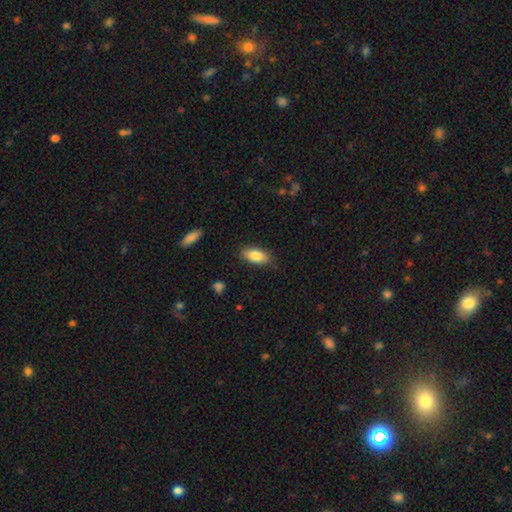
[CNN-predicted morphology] type=smooth (85%); roundness=in between (88%); merging=none (84%).